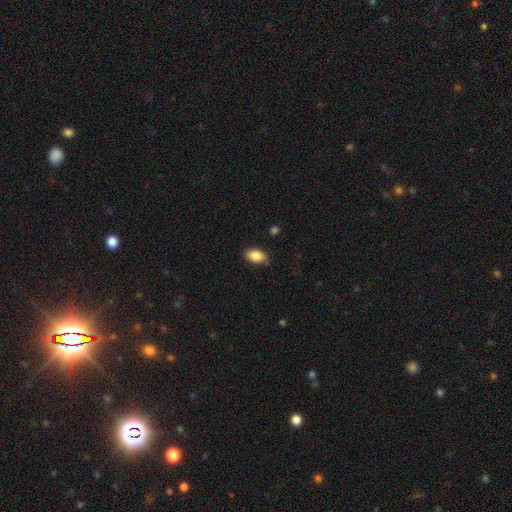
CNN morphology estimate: Smooth or featured: smooth — 86% (star or artifact — 7%)
How rounded: in between — 90% (round — 8%)
Merging: none — 80% (minor disturbance — 16%)